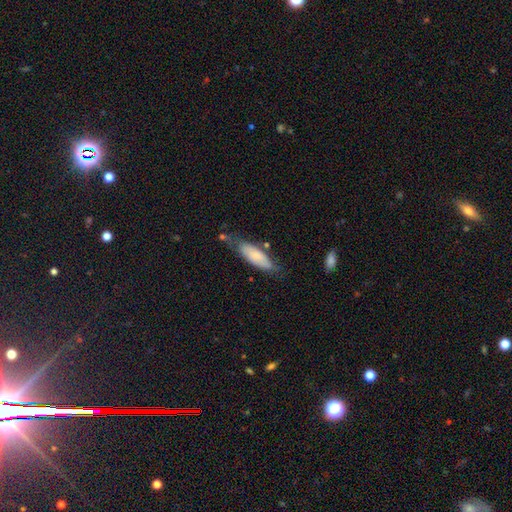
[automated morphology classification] Smooth or featured? smooth (72%)
How rounded? in between (58%)
Merging? none (53%)